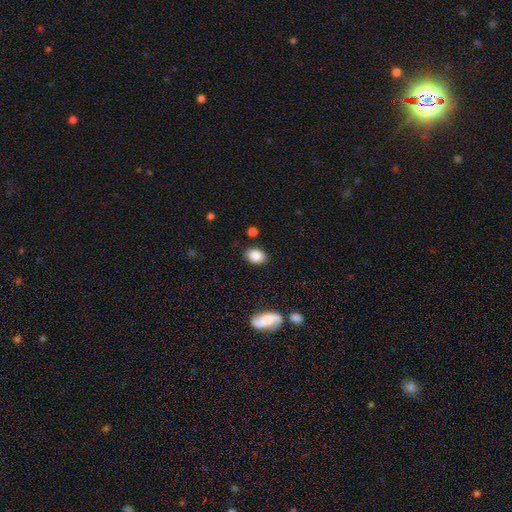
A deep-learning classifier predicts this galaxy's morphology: Smooth or featured: smooth — 87% (star or artifact — 8%)
How rounded: in between — 66% (round — 33%)
Merging: none — 84% (minor disturbance — 10%)